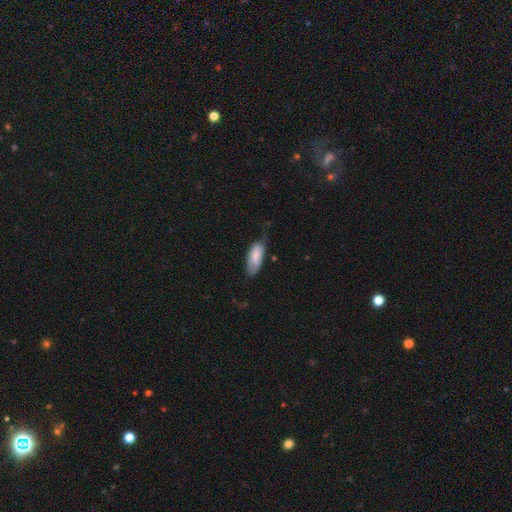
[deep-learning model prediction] This is likely a smooth galaxy (74%). How rounded: clearly in between (84%). Merging: marginally none (45%).